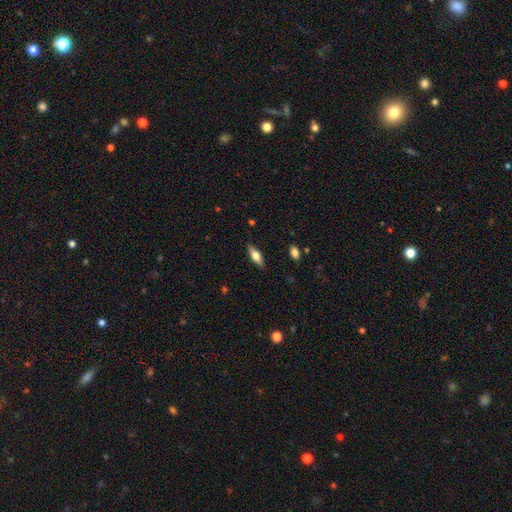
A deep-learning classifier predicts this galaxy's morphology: Smooth or featured? smooth (58%)
How rounded? in between (61%)
Merging? none (87%)